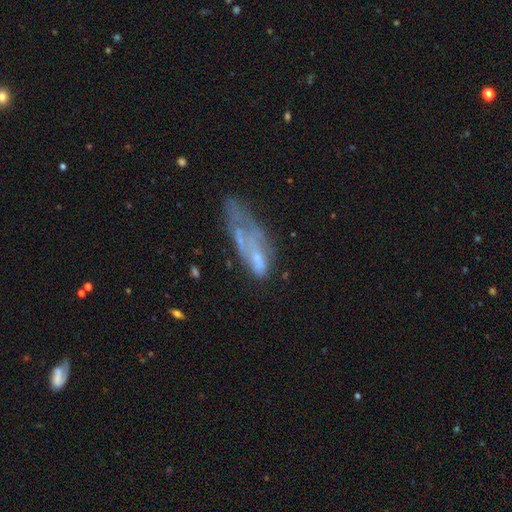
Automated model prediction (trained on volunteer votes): Smooth or featured: featured or disk — 50% (smooth — 38%)
Edge-on disk: no — 86% (yes — 14%)
Merging: major disturbance — 37% (none — 26%)